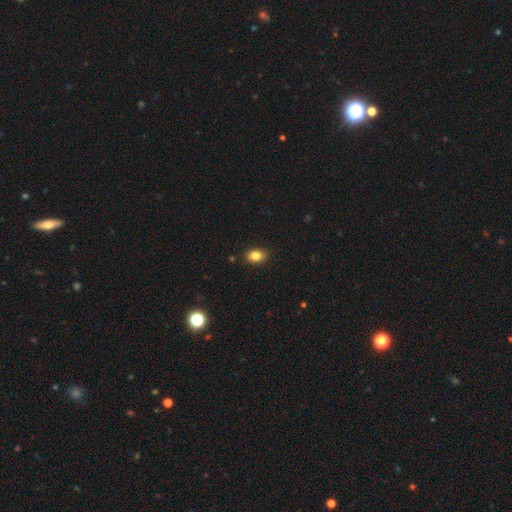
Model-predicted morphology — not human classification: This appears to be a smooth galaxy with no disk features (84%) that is in between round and cigar-shaped (72%). Merging: none (88%).